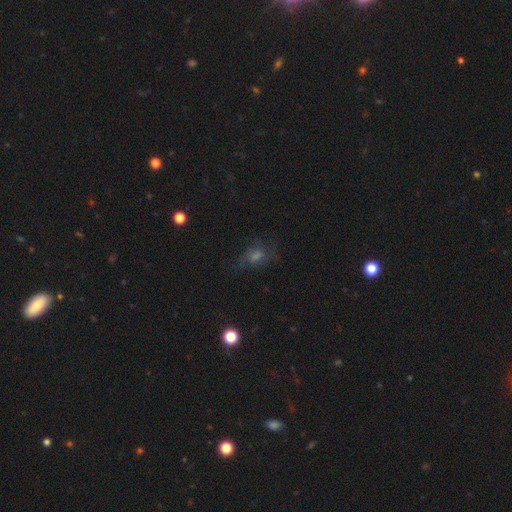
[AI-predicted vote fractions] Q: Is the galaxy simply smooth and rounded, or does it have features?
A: smooth — 40%.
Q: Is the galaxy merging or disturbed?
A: none — 58%.